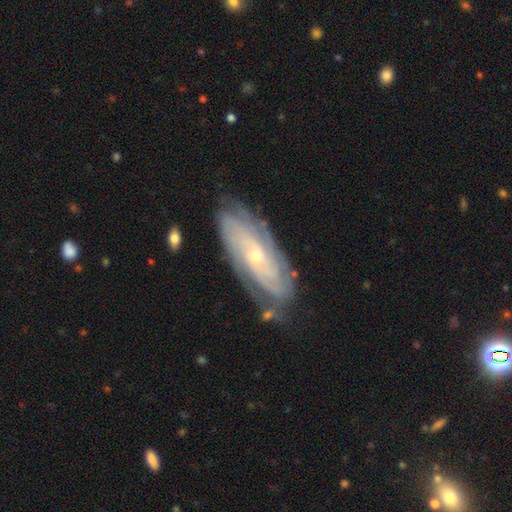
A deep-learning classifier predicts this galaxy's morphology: Smooth or featured? Predicted: featured or disk (p=0.84). Edge-on disk? Predicted: no (p=0.90). Bar? Predicted: no (p=0.72). Spiral arms? Predicted: yes (p=0.95). Spiral winding? Predicted: tight (p=0.72). Spiral arm count? Predicted: can't tell (p=0.39). Bulge size? Predicted: small (p=0.74). Merging? Predicted: none (p=0.74).